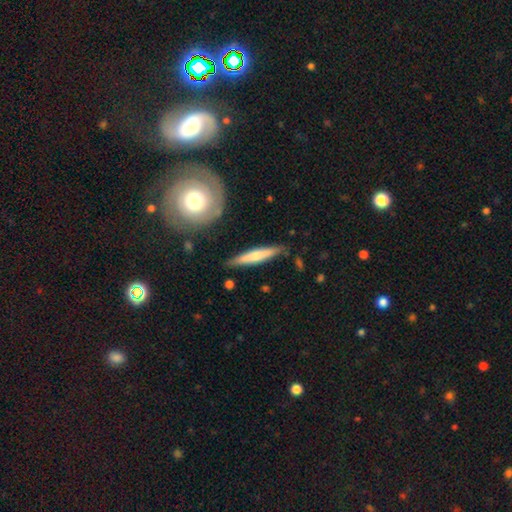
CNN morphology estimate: The model was most divided on "smooth or featured": smooth: 55%, featured or disk: 40%, star or artifact: 6%. More confident: how rounded — cigar-shaped (90%); merging — none (85%).